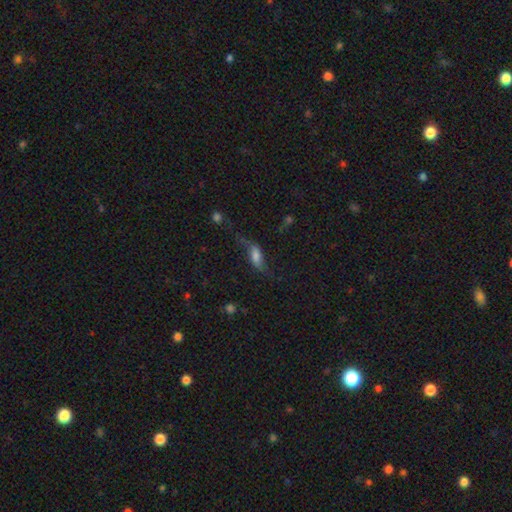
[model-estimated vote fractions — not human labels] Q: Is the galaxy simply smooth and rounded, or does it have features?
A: featured or disk — 48%.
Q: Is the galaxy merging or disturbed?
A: none — 45%.